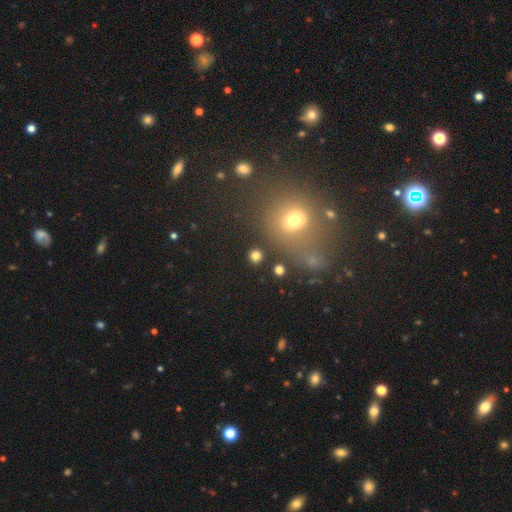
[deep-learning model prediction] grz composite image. It shows a smooth galaxy with no disk features (80%) that is round (90%). Merging: none (86%).